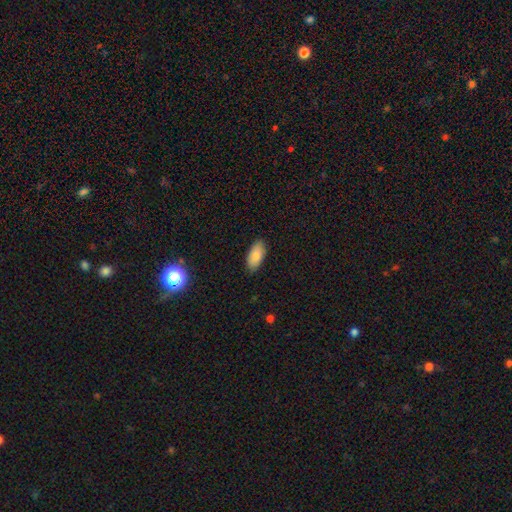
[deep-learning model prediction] Morphology: type=smooth (82%); roundness=in between (92%); merging=none (86%).